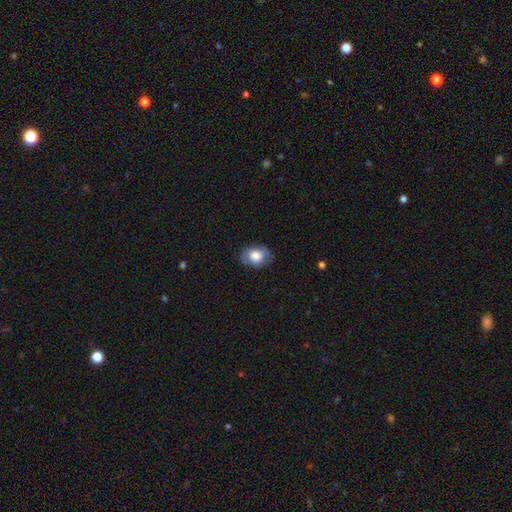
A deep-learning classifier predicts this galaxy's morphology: smooth-or-featured: smooth: 73% | featured or disk: 19% | star or artifact: 8%
  how-rounded: in between: 65% | round: 34% | cigar-shaped: 1%
  merging: none: 79% | minor disturbance: 16% | major disturbance: 4% | merger: 1%